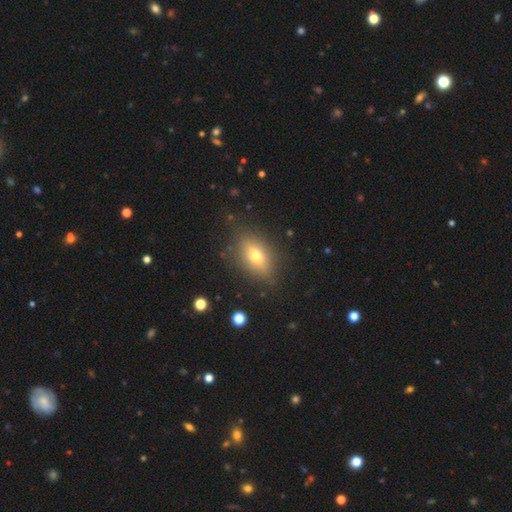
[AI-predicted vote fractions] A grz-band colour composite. It shows a smooth galaxy with no disk features (65%) that is in between round and cigar-shaped (80%). Merging: none (82%).